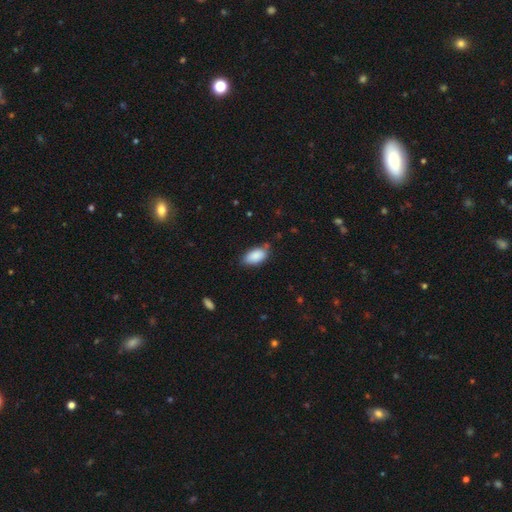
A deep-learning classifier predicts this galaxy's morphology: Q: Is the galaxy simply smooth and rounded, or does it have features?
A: smooth — 87%.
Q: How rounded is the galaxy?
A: in between — 93%.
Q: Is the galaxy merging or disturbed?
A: none — 67%.